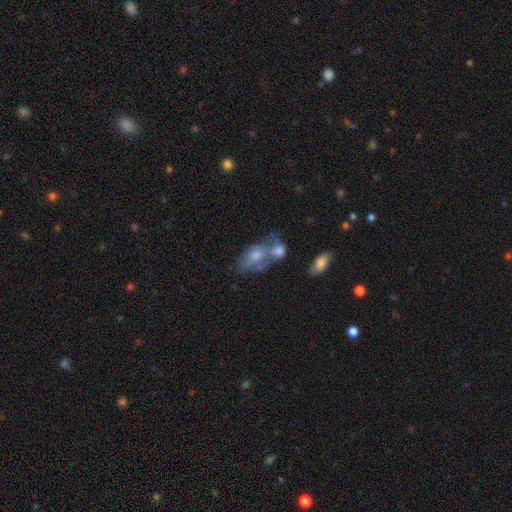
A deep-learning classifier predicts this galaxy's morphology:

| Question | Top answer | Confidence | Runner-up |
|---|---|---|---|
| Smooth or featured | smooth | 61% | featured or disk (31%) |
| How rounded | in between | 85% | round (12%) |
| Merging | merger | 58% | none (19%) |